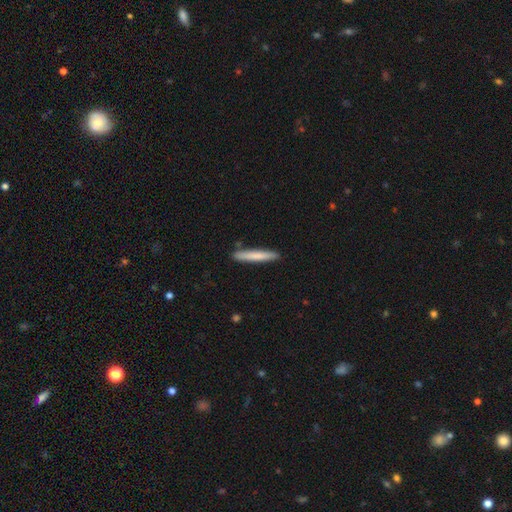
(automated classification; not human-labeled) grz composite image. It shows a smooth galaxy with no disk features (75%) that is cigar-shaped (95%). Merging: none (87%).